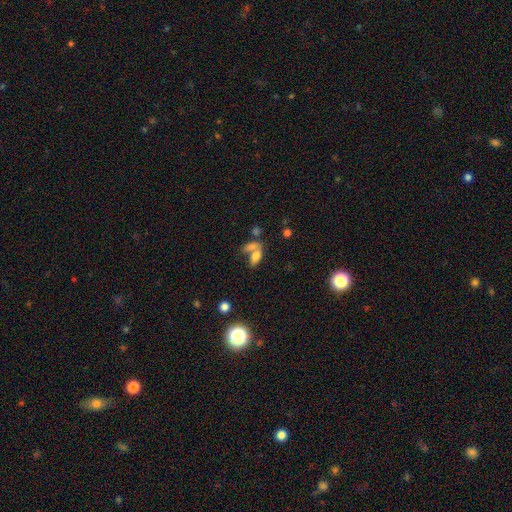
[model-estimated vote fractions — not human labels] smooth-or-featured: smooth: 71% | featured or disk: 17% | star or artifact: 12%
  how-rounded: in between: 84% | cigar-shaped: 9% | round: 6%
  merging: merger: 50% | none: 32% | minor disturbance: 10% | major disturbance: 7%